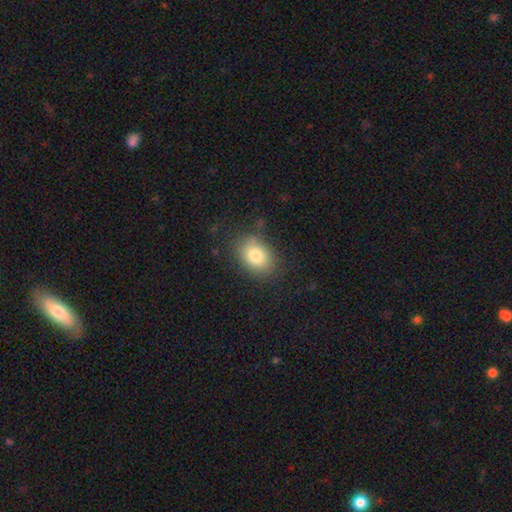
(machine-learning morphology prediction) Smooth or featured? smooth (80%)
How rounded? in between (69%)
Merging? none (78%)